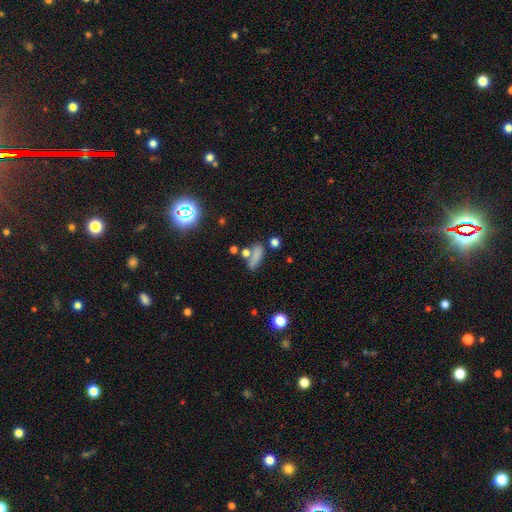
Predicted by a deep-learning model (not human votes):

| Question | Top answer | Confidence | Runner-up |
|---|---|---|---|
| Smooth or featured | smooth | 73% | star or artifact (15%) |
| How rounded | in between | 50% | cigar-shaped (42%) |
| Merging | none | 55% | minor disturbance (18%) |